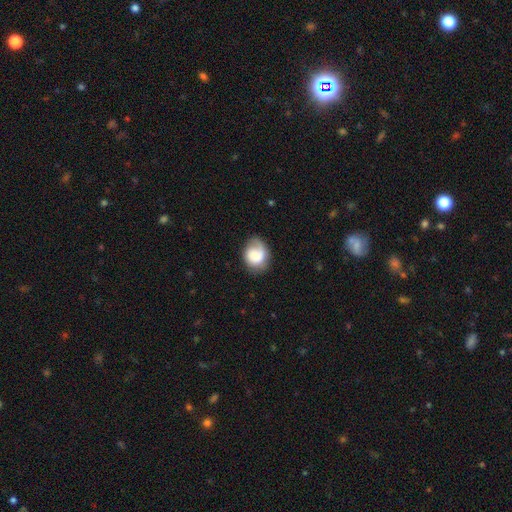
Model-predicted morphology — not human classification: Smooth or featured: smooth — 66% (featured or disk — 27%)
How rounded: round — 55% (in between — 44%)
Merging: none — 55% (minor disturbance — 27%)